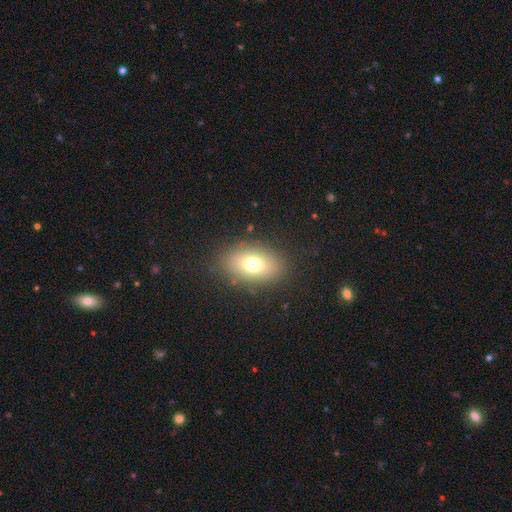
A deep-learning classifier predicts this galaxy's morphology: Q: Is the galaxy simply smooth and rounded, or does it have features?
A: smooth — 71%.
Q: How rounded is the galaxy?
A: in between — 85%.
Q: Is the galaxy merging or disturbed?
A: none — 88%.